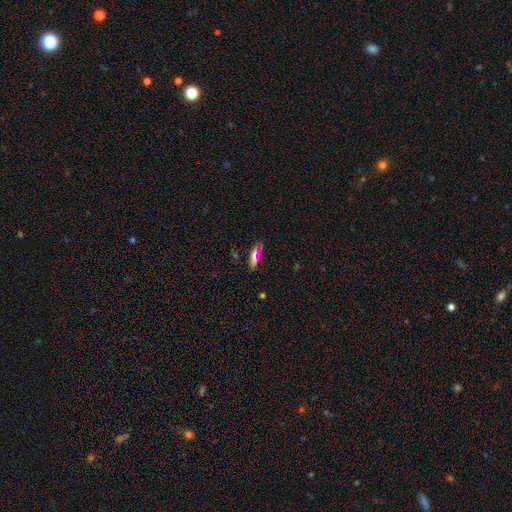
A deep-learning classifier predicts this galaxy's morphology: smooth 62%, featured or disk 22%, star or artifact 16%. Down the decision tree: how rounded — in between (52%); merging — none (83%).